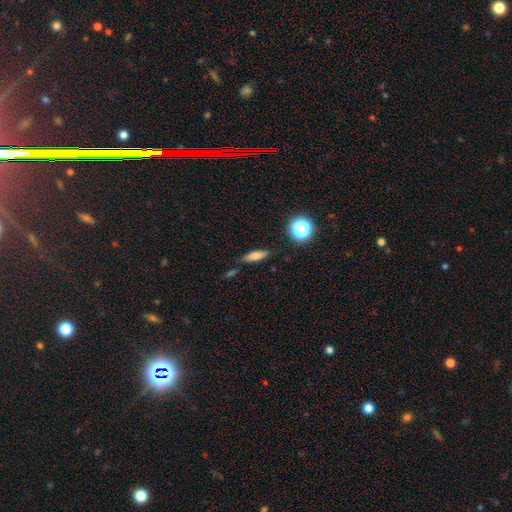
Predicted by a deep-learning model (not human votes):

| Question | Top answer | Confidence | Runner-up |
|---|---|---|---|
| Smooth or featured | smooth | 73% | featured or disk (15%) |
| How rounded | cigar-shaped | 54% | in between (39%) |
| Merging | none | 81% | minor disturbance (12%) |